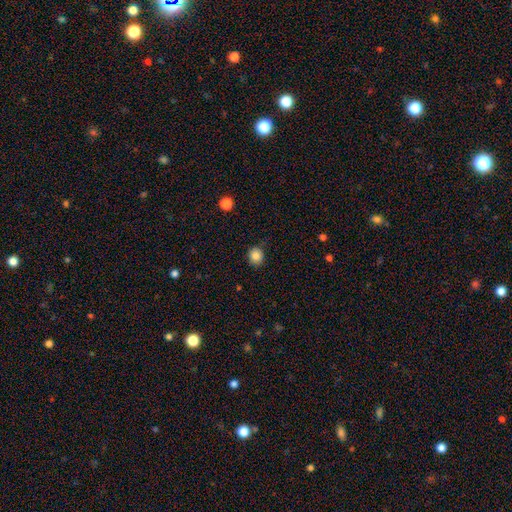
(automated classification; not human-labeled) Morphology: type=smooth (84%); roundness=round (81%); merging=none (85%).